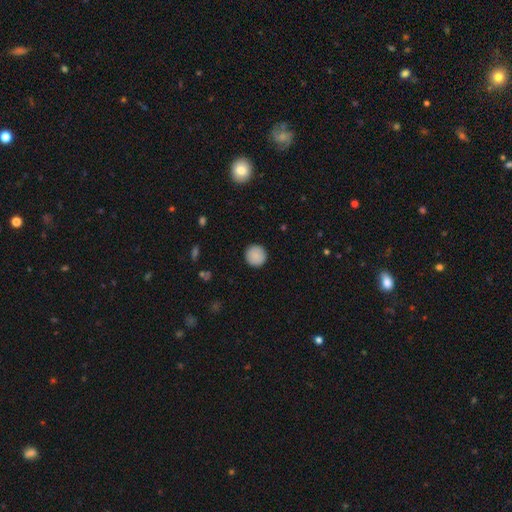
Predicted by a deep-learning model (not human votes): smooth-or-featured: smooth: 88% | star or artifact: 7% | featured or disk: 4%
  how-rounded: round: 95% | in between: 4% | cigar-shaped: 1%
  merging: none: 92% | minor disturbance: 5% | major disturbance: 2% | merger: 1%